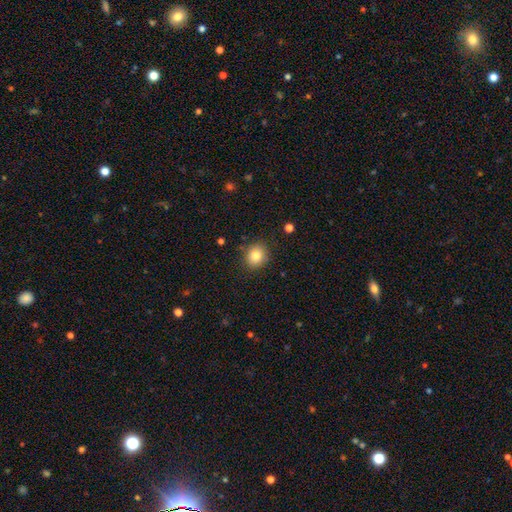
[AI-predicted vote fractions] Overall: smooth (83%). How rounded: round (78%). Merging: none (86%).